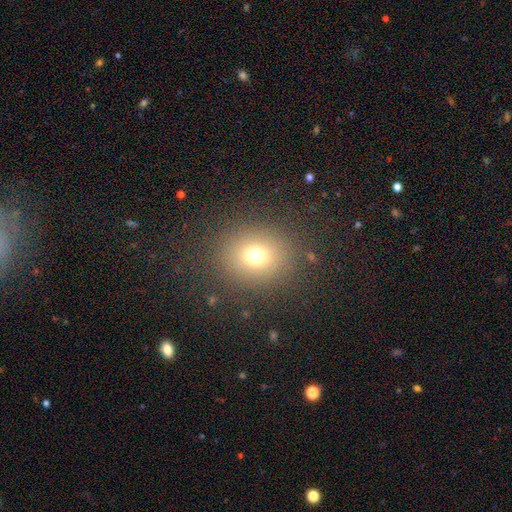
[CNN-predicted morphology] Smooth or featured?
  - smooth: 72% *
  - star or artifact: 18%
  - featured or disk: 11%
How rounded?
  - round: 75% *
  - in between: 24%
  - cigar-shaped: 1%
Merging?
  - none: 86% *
  - minor disturbance: 8%
  - major disturbance: 5%
  - merger: 1%